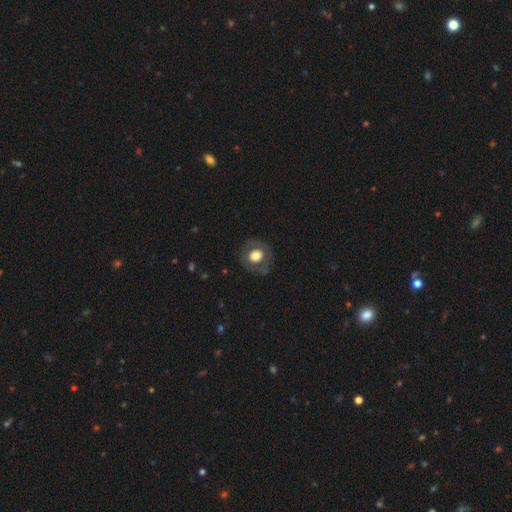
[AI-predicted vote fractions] Morphology: type=smooth (65%); roundness=round (77%); merging=none (80%).